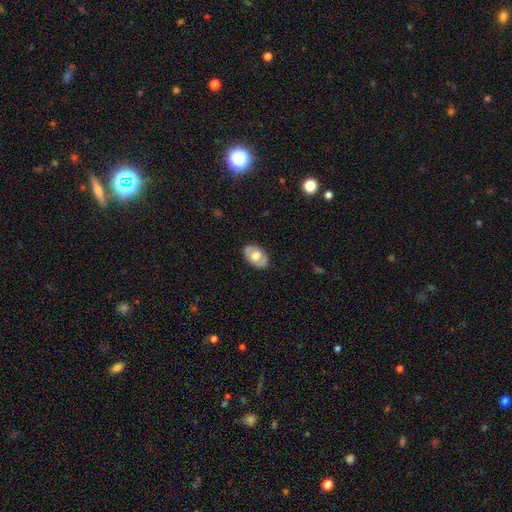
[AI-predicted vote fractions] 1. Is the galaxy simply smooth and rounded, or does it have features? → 58% smooth, 36% featured or disk, 6% star or artifact.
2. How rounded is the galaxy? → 88% in between, 11% round, 1% cigar-shaped.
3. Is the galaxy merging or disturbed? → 83% none, 13% minor disturbance, 3% major disturbance, 1% merger.